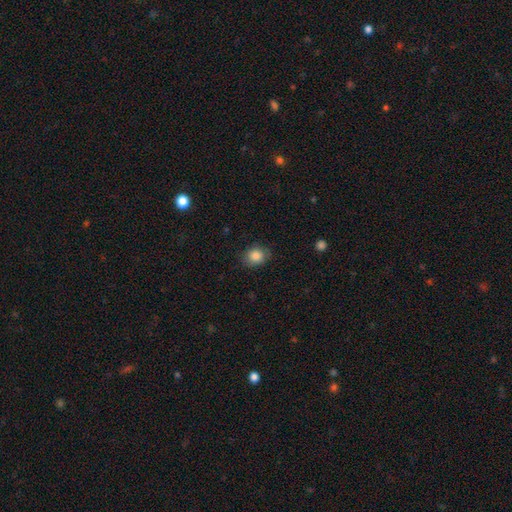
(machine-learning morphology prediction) This is clearly a smooth galaxy (85%). How rounded: possibly round (56%). Merging: clearly none (81%).